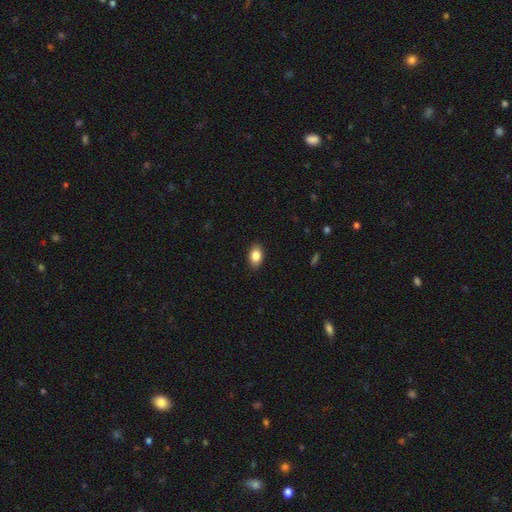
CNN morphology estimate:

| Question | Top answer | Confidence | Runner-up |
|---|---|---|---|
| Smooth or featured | smooth | 86% | star or artifact (8%) |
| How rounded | in between | 88% | round (11%) |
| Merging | none | 88% | minor disturbance (9%) |